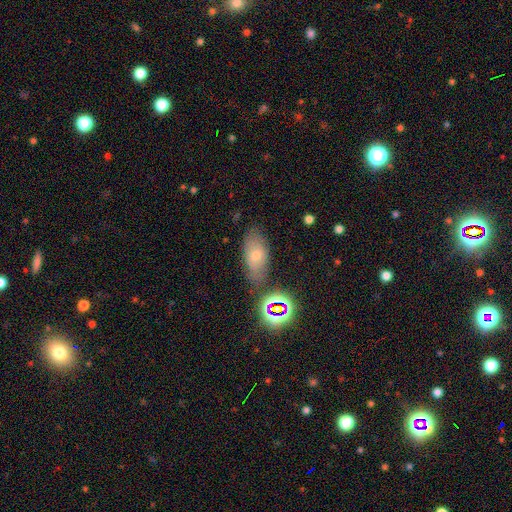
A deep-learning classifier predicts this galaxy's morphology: Smooth or featured: smooth — 47% (featured or disk — 28%)
Merging: none — 74% (minor disturbance — 16%)